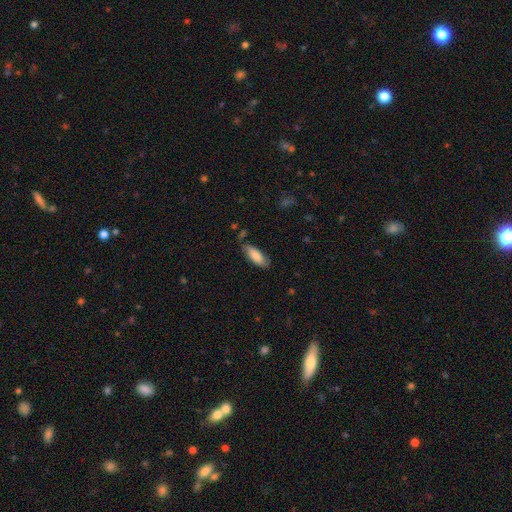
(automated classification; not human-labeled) Overall: smooth (83%). How rounded: in between (70%). Merging: none (75%).